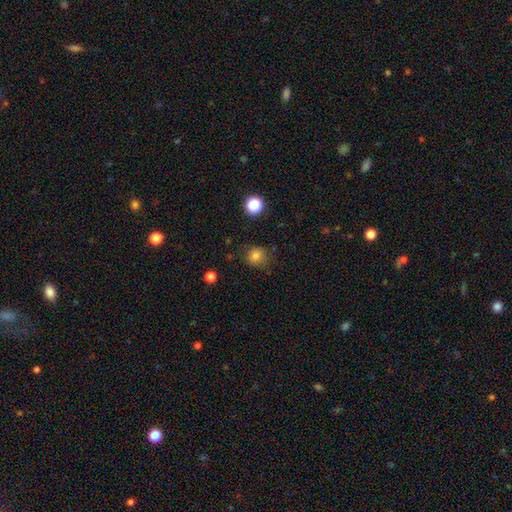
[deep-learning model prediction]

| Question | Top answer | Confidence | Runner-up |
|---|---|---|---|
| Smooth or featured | smooth | 80% | star or artifact (13%) |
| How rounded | round | 84% | in between (16%) |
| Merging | none | 76% | minor disturbance (17%) |